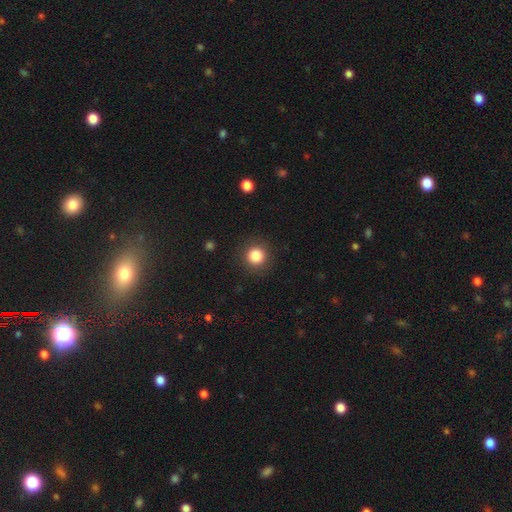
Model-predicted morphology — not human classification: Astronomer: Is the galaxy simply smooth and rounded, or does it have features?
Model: smooth — 84%.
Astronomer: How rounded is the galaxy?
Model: round — 93%.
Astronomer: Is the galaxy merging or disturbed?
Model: none — 90%.